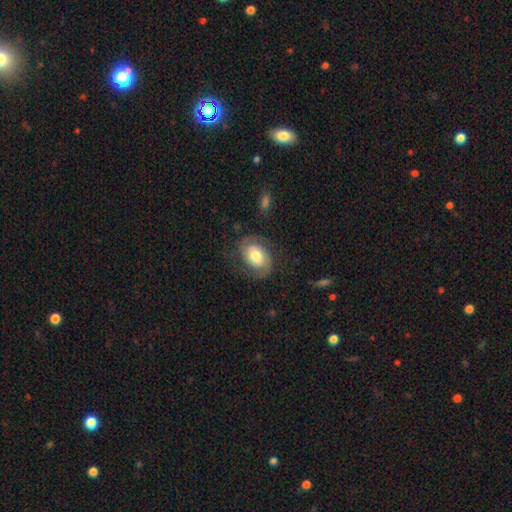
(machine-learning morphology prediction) Q: Smooth or featured?
A: featured or disk (52%); runner-up: smooth (41%)
Q: Edge-on disk?
A: no (97%); runner-up: yes (3%)
Q: Bar?
A: no (66%); runner-up: weak (26%)
Q: Spiral arms?
A: yes (82%); runner-up: no (18%)
Q: Bulge size?
A: moderate (54%); runner-up: large (30%)
Q: Merging?
A: none (68%); runner-up: minor disturbance (18%)